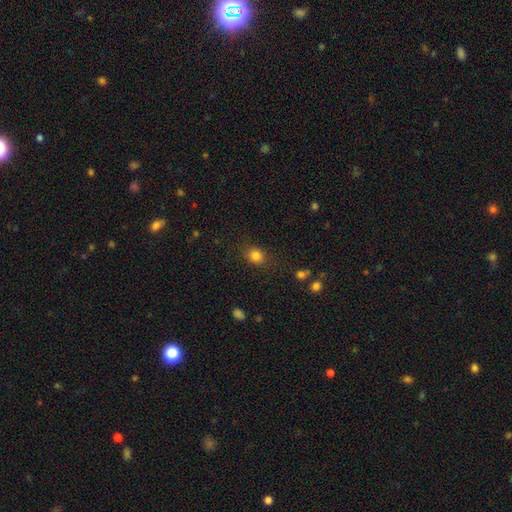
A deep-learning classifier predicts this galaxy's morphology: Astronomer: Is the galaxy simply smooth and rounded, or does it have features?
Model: smooth — 83%.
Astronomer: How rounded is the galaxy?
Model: round — 60% (runner-up: in between, 39%).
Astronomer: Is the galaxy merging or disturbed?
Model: none — 83%.